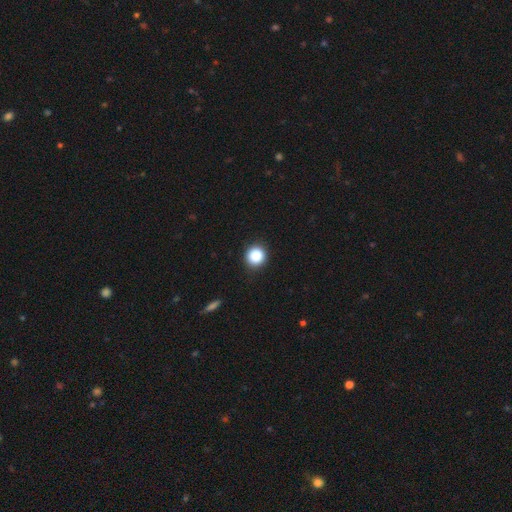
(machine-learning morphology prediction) Smooth or featured? smooth (87%)
How rounded? round (94%)
Merging? none (90%)